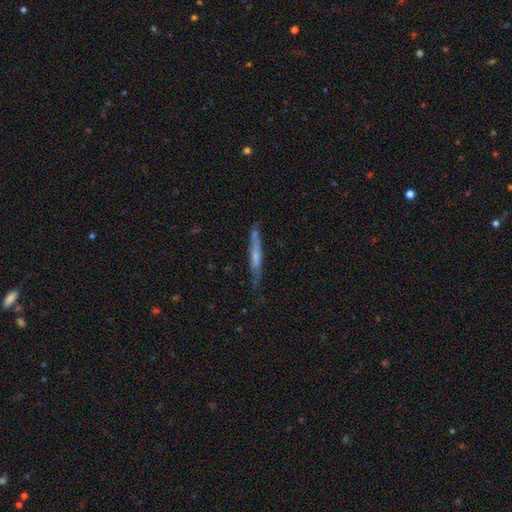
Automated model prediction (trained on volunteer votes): Morphology: type=featured or disk (49%); merging=none (68%).